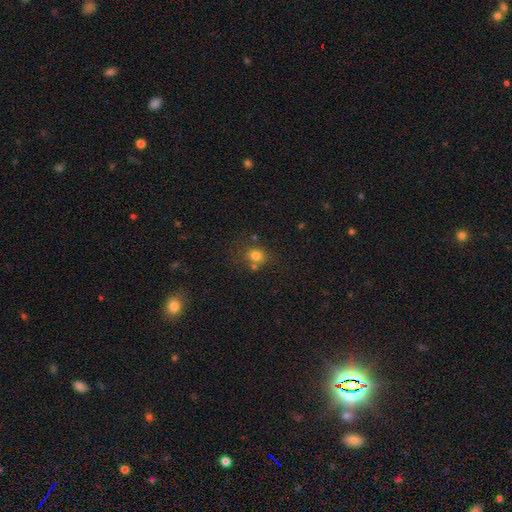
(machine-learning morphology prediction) This is likely a smooth galaxy (77%). How rounded: likely round (70%). Merging: likely none (62%).